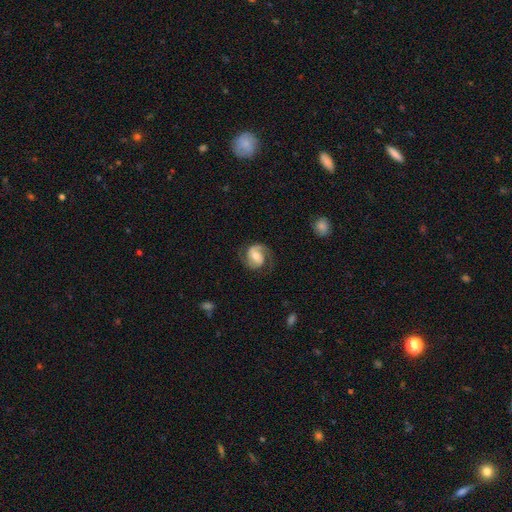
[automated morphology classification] Smooth or featured? featured or disk (80%)
Edge-on disk? no (98%)
Bar? weak (43%)
Spiral arms? yes (96%)
Spiral winding? medium (51%)
Spiral arm count? 2 (82%)
Bulge size? moderate (55%)
Merging? none (72%)